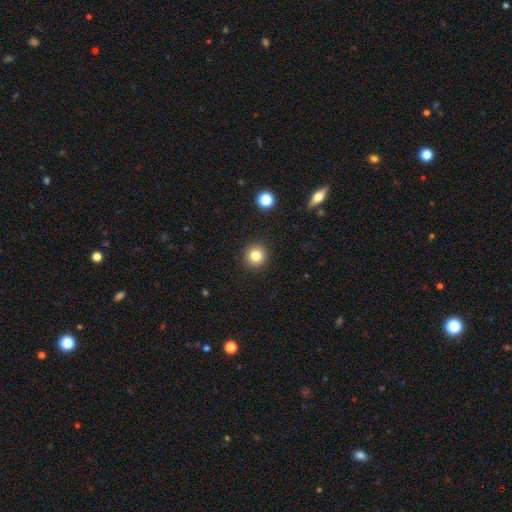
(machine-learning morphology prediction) A smooth galaxy with no disk features (82%) that is round (93%).

Vote fractions:
- Smooth or featured? smooth: 82% / star or artifact: 12% / featured or disk: 6%
- How rounded? round: 93% / in between: 6% / cigar-shaped: 1%
- Merging? none: 92% / minor disturbance: 5% / major disturbance: 2% / merger: 1%